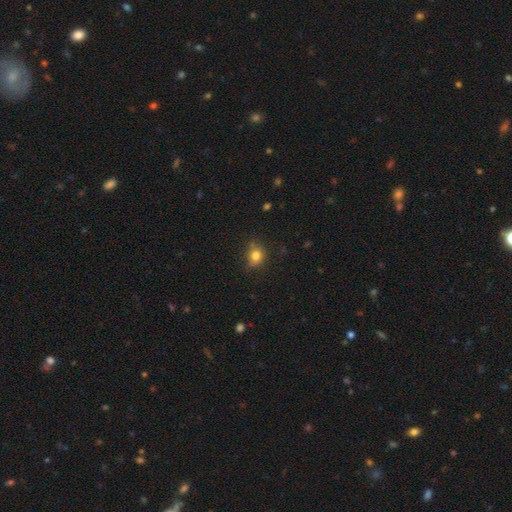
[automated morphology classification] Smooth or featured: smooth — 75% (featured or disk — 12%)
How rounded: round — 67% (in between — 32%)
Merging: none — 66% (minor disturbance — 25%)